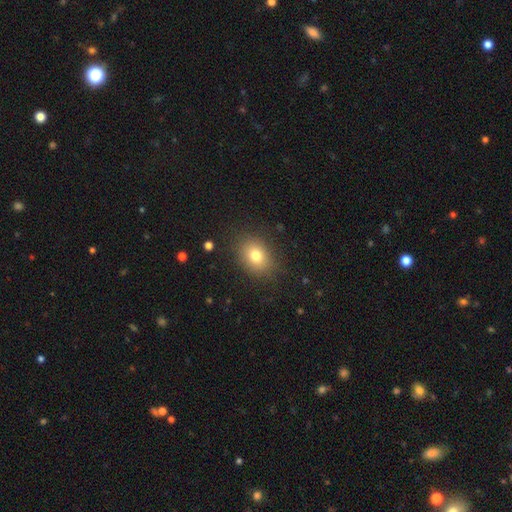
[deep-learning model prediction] A smooth galaxy with no disk features (78%) that is in between round and cigar-shaped (56%).

Vote fractions:
- Smooth or featured? smooth: 78% / star or artifact: 12% / featured or disk: 10%
- How rounded? in between: 56% / round: 43% / cigar-shaped: 1%
- Merging? none: 84% / minor disturbance: 11% / major disturbance: 4% / merger: 1%